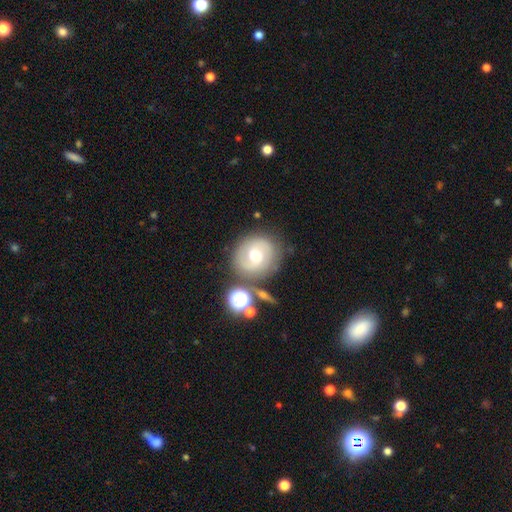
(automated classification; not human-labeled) This appears to be a smooth galaxy with no disk features (45%). Merging: none (71%).